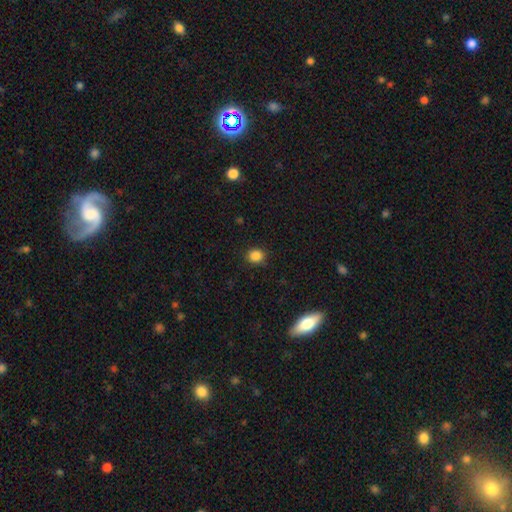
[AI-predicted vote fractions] smooth 86%, star or artifact 11%, featured or disk 3%. Down the decision tree: how rounded — round (80%); merging — none (89%).